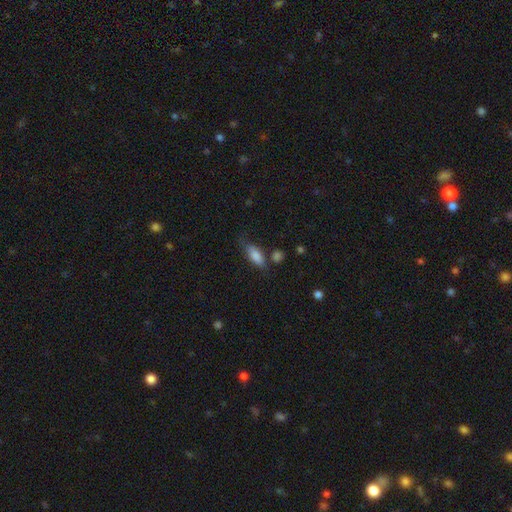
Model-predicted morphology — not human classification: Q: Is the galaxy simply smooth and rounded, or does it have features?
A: smooth — 82%.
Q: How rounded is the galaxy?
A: in between — 75%.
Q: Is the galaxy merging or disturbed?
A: none — 61%.